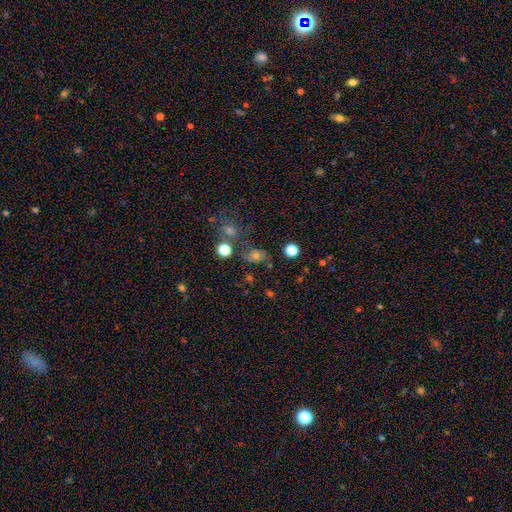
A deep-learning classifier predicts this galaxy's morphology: type=smooth (51%); roundness=round (52%); merging=none (63%).